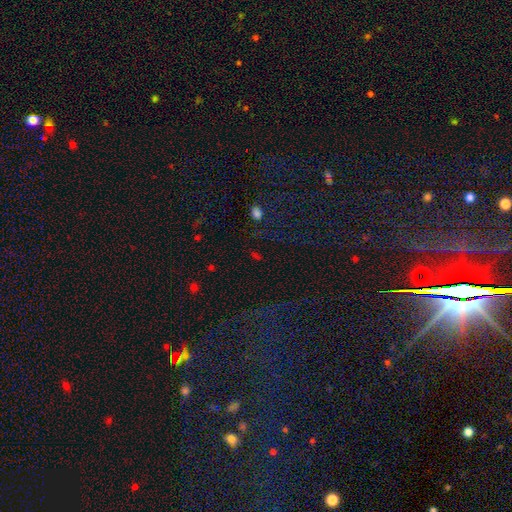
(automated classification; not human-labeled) smooth-or-featured: star or artifact: 58% | smooth: 32% | featured or disk: 9%